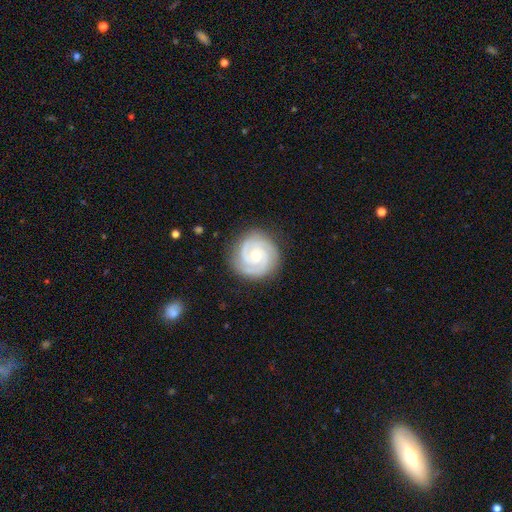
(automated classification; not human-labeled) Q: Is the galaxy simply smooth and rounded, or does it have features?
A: featured or disk — 90%.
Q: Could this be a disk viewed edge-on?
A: no — 98%.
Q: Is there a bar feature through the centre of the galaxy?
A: no — 70%.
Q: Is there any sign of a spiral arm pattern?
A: yes — 98%.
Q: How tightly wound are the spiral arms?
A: tight — 76%.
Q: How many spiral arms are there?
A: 2 — 46%.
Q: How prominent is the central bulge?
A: small — 49%.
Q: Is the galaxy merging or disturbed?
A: none — 86%.